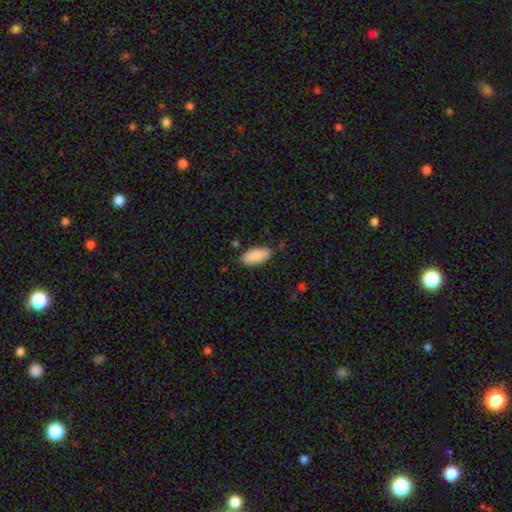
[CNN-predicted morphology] This is clearly a smooth galaxy (89%). How rounded: clearly in between (89%). Merging: clearly none (83%).